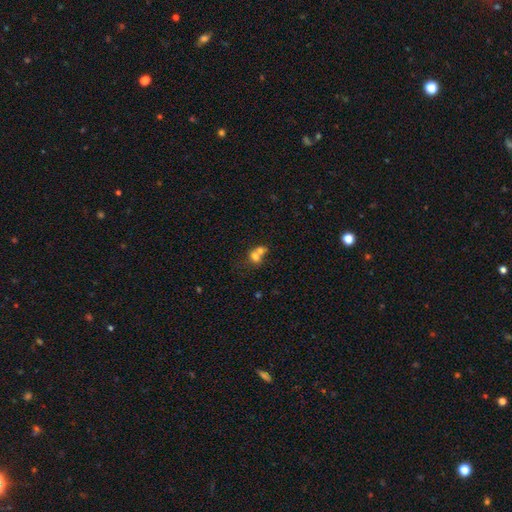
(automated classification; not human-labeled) Morphology: type=smooth (68%); roundness=round (59%); merging=merger (68%).